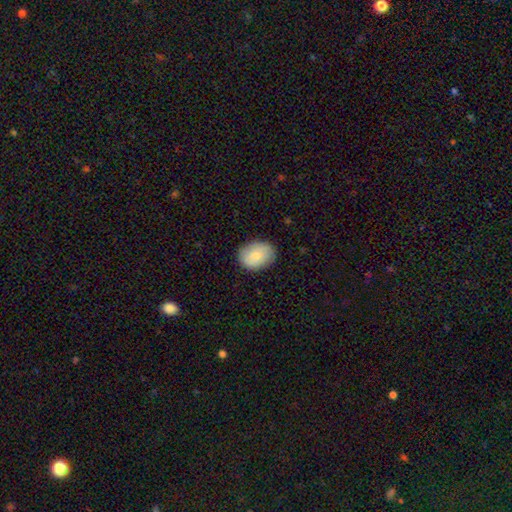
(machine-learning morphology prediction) The model was most divided on "how rounded": in between: 71%, round: 28%, cigar-shaped: 1%. More confident: merging — none (84%); smooth or featured — smooth (80%).